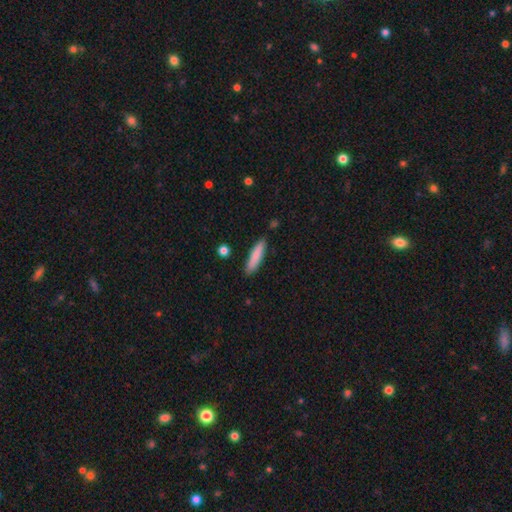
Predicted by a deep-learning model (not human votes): Overall: smooth (82%). How rounded: cigar-shaped (81%). Merging: none (85%).